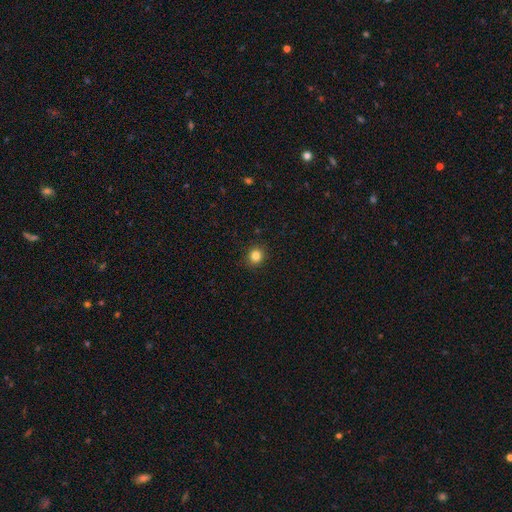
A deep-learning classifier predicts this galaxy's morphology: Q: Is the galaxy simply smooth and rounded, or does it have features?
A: smooth — 83%.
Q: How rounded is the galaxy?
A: round — 85%.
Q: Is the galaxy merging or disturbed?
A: none — 90%.